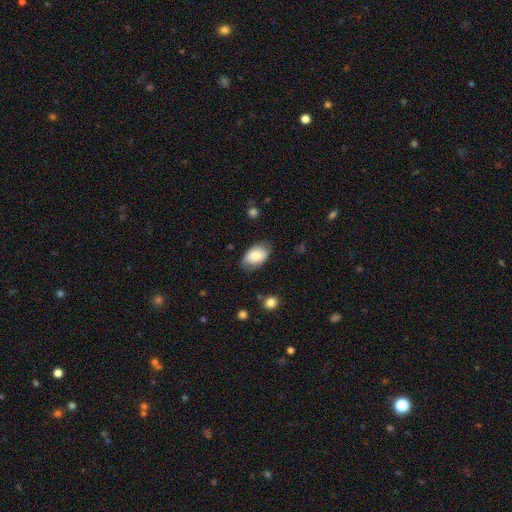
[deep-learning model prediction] A smooth galaxy with no disk features (81%) that is in between round and cigar-shaped (93%). Merging: none (73%).